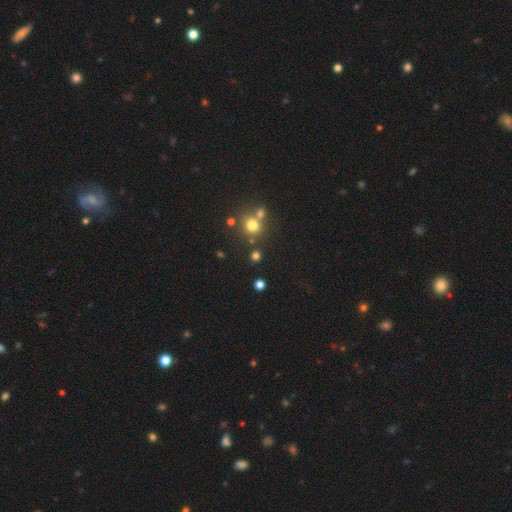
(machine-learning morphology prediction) This is likely a smooth galaxy (71%). How rounded: clearly round (87%). Merging: likely none (71%).